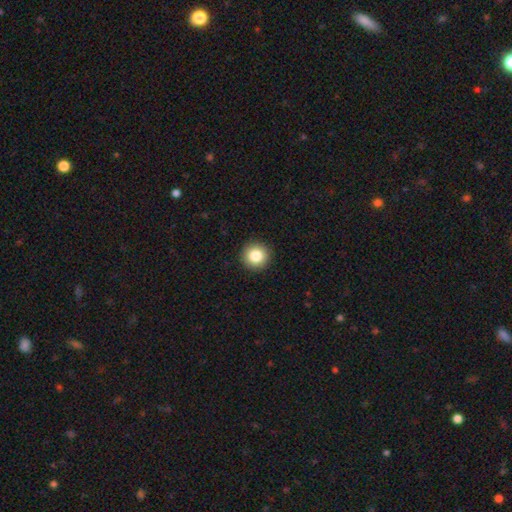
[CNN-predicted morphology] Q: Smooth or featured?
A: smooth (84%); runner-up: star or artifact (10%)
Q: How rounded?
A: round (95%); runner-up: in between (4%)
Q: Merging?
A: none (93%); runner-up: minor disturbance (5%)